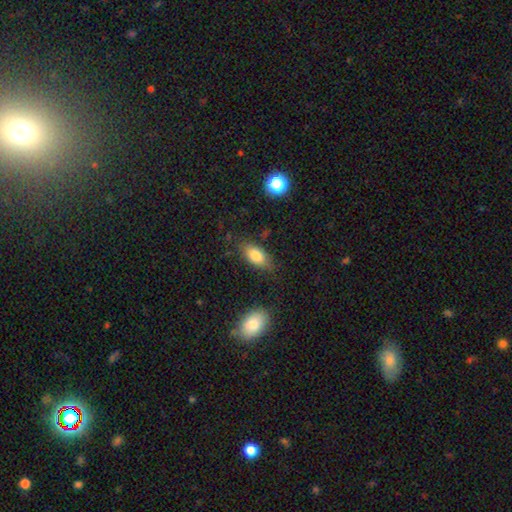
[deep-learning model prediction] smooth_or_featured: smooth (p=0.80) [alt: featured or disk p=0.12]
how_rounded: in between (p=0.88) [alt: cigar-shaped p=0.07]
merging: none (p=0.77) [alt: minor disturbance p=0.17]